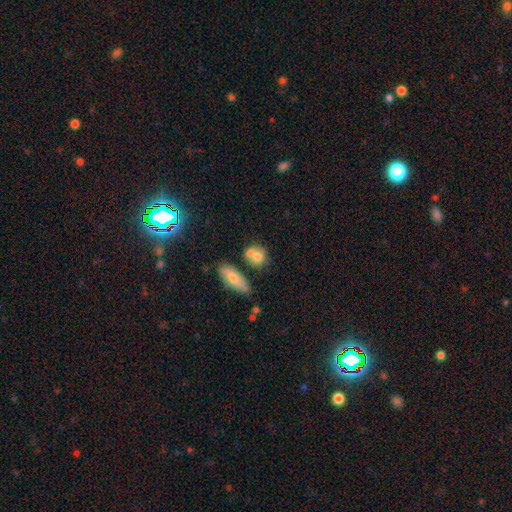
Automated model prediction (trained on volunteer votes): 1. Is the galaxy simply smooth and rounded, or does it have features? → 75% smooth, 17% featured or disk, 9% star or artifact.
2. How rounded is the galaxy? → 57% round, 39% in between, 4% cigar-shaped.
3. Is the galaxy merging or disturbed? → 42% none, 37% merger, 15% minor disturbance, 6% major disturbance.